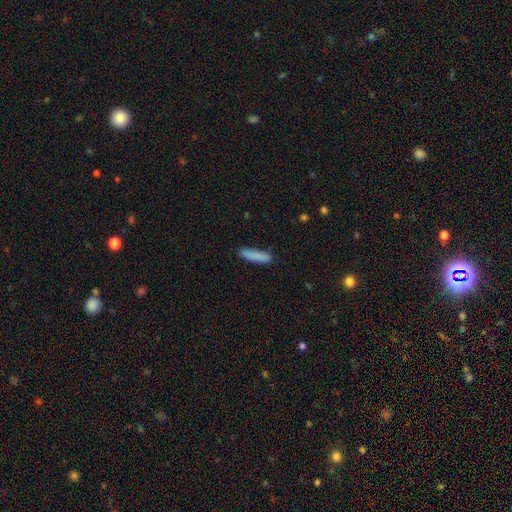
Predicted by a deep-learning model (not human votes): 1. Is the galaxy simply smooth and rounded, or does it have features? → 86% smooth, 8% featured or disk, 6% star or artifact.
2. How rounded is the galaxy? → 81% cigar-shaped, 18% in between, 1% round.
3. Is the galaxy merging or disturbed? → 84% none, 12% minor disturbance, 2% major disturbance, 2% merger.